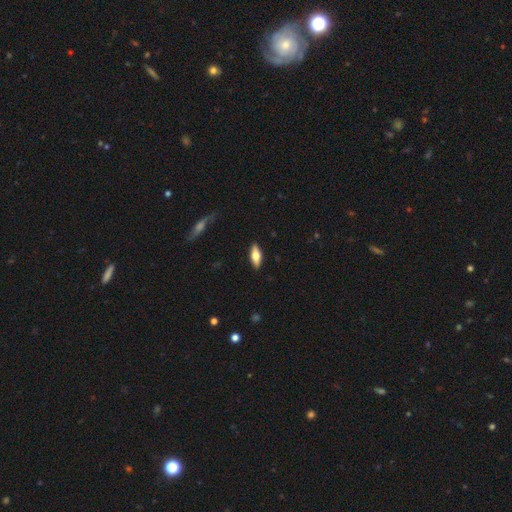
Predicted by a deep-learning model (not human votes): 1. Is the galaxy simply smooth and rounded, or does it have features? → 60% smooth, 34% featured or disk, 6% star or artifact.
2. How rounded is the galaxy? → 67% in between, 30% cigar-shaped, 3% round.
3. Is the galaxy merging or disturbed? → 89% none, 8% minor disturbance, 2% major disturbance, 1% merger.